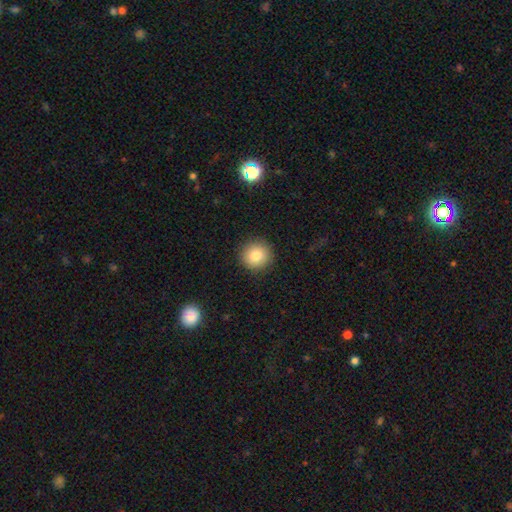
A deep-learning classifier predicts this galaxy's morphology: Overall: smooth (82%). How rounded: round (94%). Merging: none (91%).